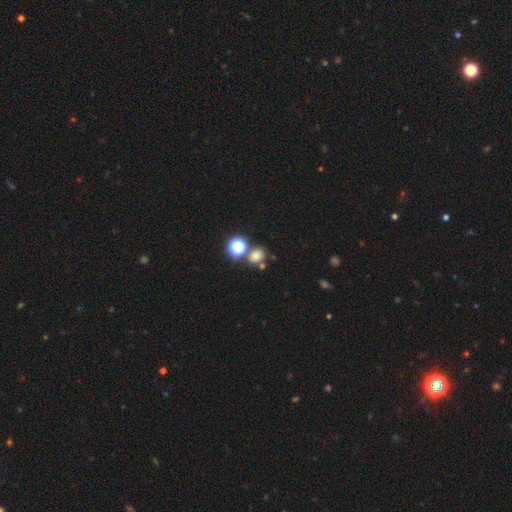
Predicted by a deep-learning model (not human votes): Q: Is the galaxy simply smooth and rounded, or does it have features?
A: smooth — 71%.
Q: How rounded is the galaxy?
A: round — 60%.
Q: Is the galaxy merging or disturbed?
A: none — 65%.